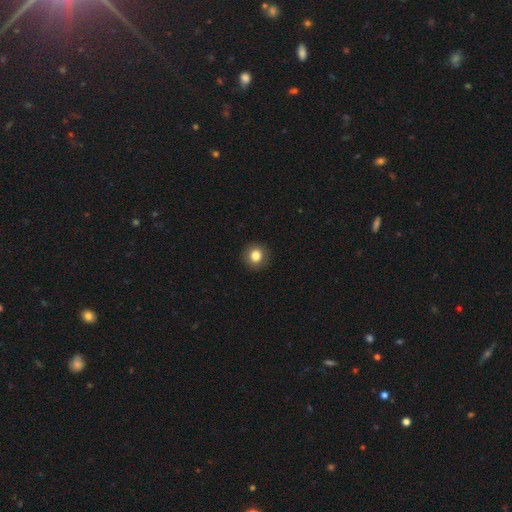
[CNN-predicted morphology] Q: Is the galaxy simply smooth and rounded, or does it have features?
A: smooth — 83%.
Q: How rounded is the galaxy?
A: round — 89%.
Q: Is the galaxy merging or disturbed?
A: none — 91%.